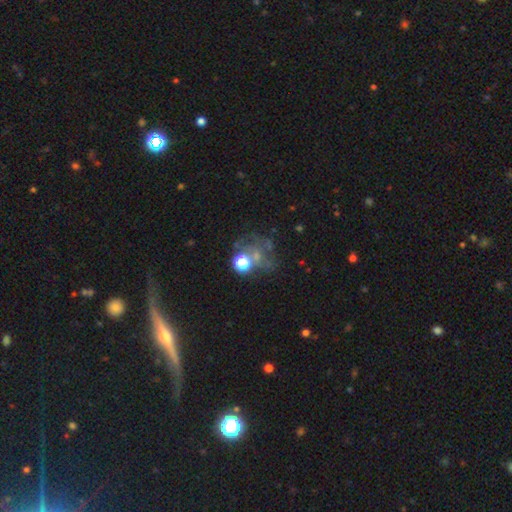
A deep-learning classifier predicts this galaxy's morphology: smooth_or_featured: smooth (p=0.35) [alt: featured or disk p=0.33]
merging: none (p=0.43) [alt: major disturbance p=0.25]